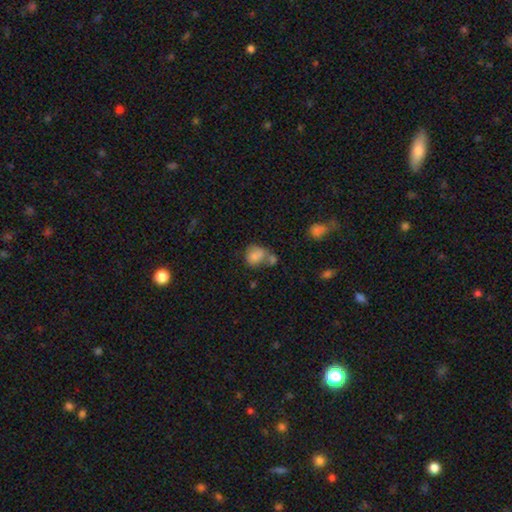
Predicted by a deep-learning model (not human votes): A smooth galaxy with no disk features (77%) that is round (54%). Merging: merger (43%).